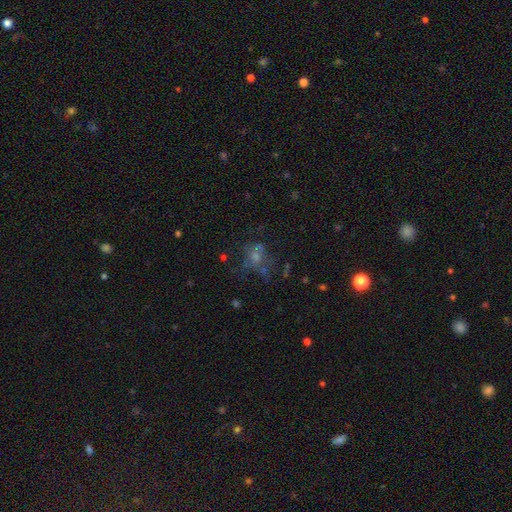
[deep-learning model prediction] A star or artifact, not a galaxy (37%).

Vote fractions:
- Smooth or featured? star or artifact: 37% / smooth: 32% / featured or disk: 32%